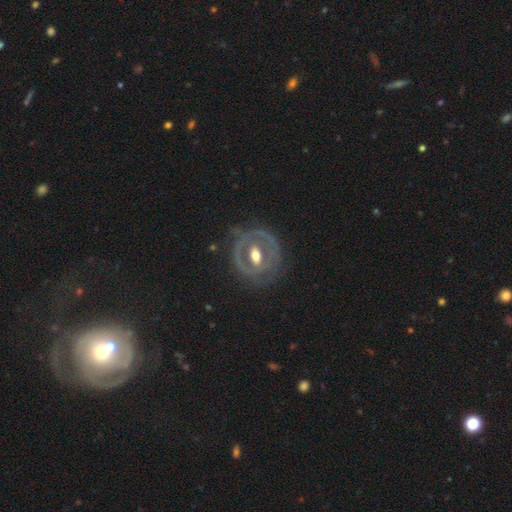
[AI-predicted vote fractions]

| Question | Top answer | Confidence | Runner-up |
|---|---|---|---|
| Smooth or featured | featured or disk | 73% | smooth (21%) |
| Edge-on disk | no | 92% | yes (8%) |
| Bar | no | 35% | tied: weak (35%) |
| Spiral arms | no | 63% | yes (37%) |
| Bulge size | moderate | 70% | large (20%) |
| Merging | none | 64% | minor disturbance (21%) |